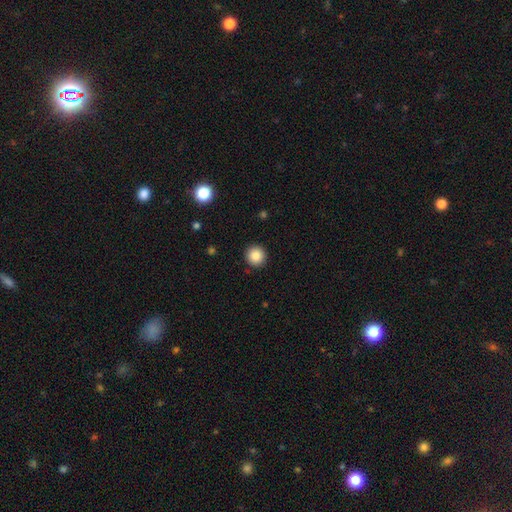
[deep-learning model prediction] A smooth galaxy with no disk features (85%) that is round (95%). Merging: none (92%).